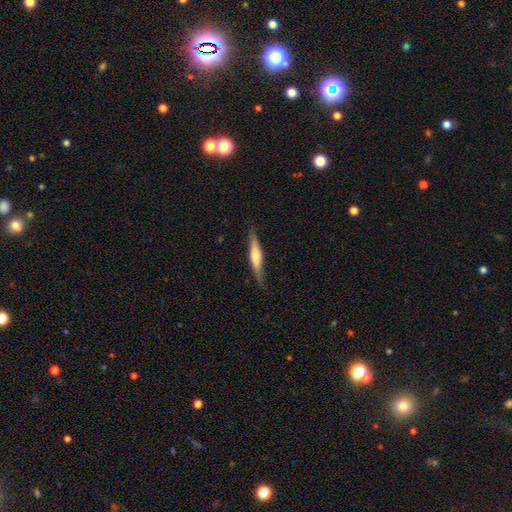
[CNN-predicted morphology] Overall: featured or disk (48%; smooth 46%). Merging: none (83%).